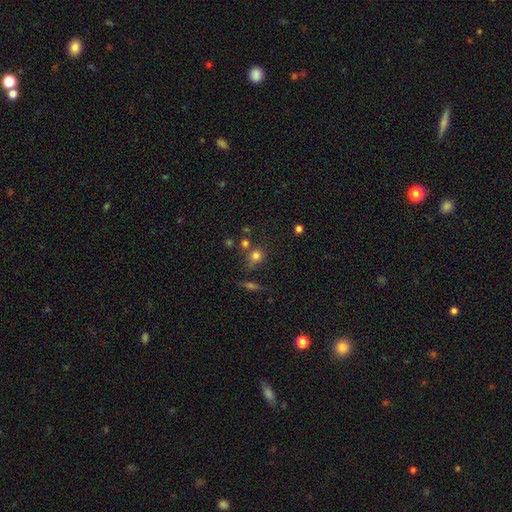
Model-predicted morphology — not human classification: A smooth galaxy with no disk features (72%) that is round (76%).

Vote fractions:
- Smooth or featured? smooth: 72% / star or artifact: 17% / featured or disk: 11%
- How rounded? round: 76% / in between: 21% / cigar-shaped: 2%
- Merging? none: 59% / merger: 18% / minor disturbance: 15% / major disturbance: 7%